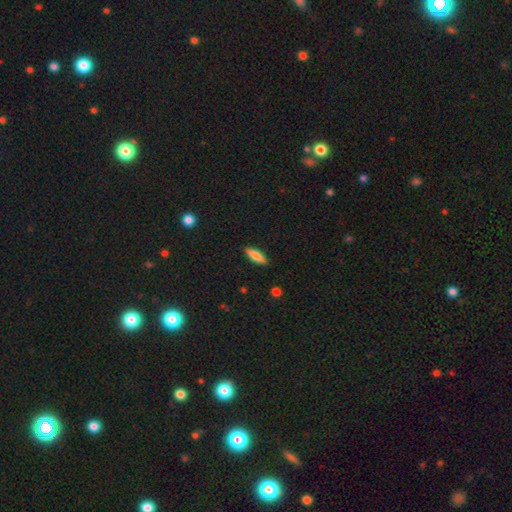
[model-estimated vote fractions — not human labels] Smooth or featured?
  - smooth: 73% *
  - featured or disk: 21%
  - star or artifact: 6%
How rounded?
  - cigar-shaped: 58% *
  - in between: 40%
  - round: 2%
Merging?
  - none: 89% *
  - minor disturbance: 8%
  - major disturbance: 2%
  - merger: 1%